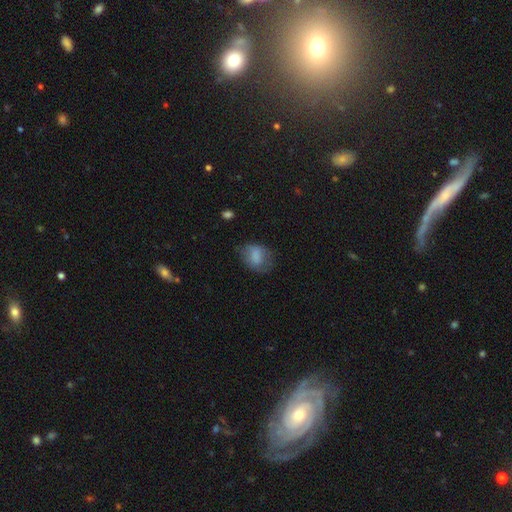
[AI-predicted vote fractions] Morphology: type=smooth (75%); roundness=in between (66%); merging=none (55%).